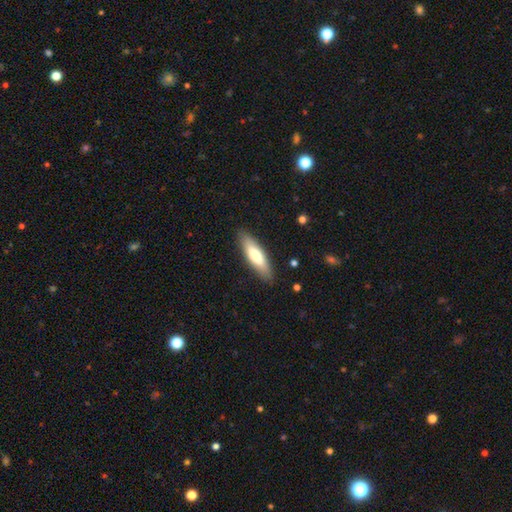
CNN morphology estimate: Smooth or featured? Predicted: smooth (p=0.70). How rounded? Predicted: cigar-shaped (p=0.61). Merging? Predicted: none (p=0.87).